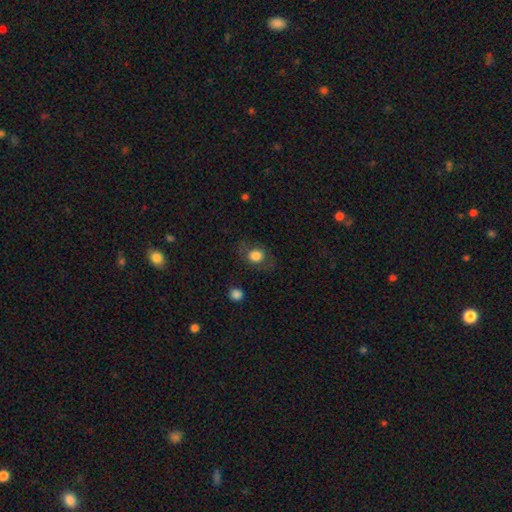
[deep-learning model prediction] smooth_or_featured: smooth (p=0.77) [alt: featured or disk p=0.13]
how_rounded: round (p=0.64) [alt: in between p=0.34]
merging: none (p=0.76) [alt: minor disturbance p=0.15]